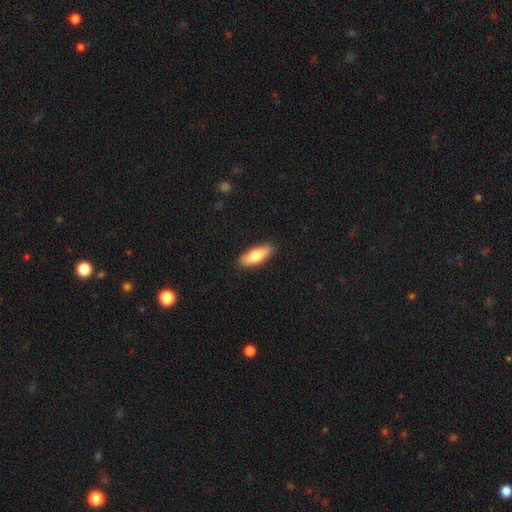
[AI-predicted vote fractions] Smooth or featured: smooth — 69% (featured or disk — 25%)
How rounded: in between — 56% (cigar-shaped — 42%)
Merging: none — 88% (minor disturbance — 9%)